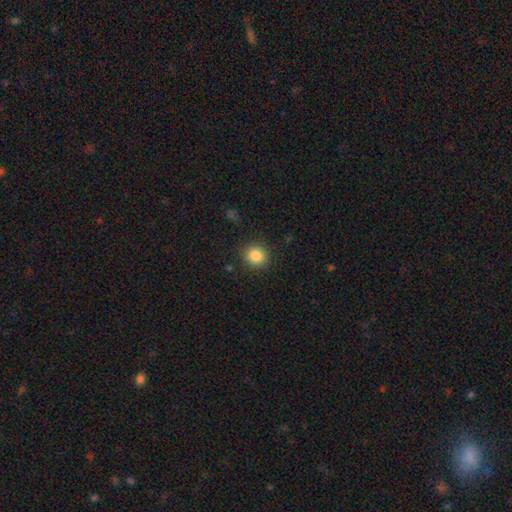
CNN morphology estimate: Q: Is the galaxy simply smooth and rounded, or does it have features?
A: smooth — 86%.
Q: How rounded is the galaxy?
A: round — 86%.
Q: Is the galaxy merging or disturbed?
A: none — 89%.